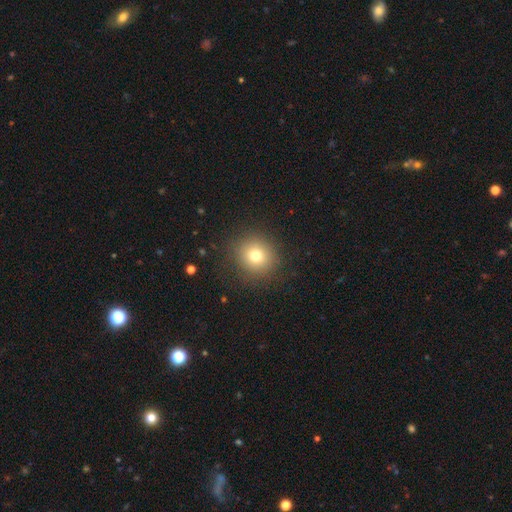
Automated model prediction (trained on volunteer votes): The model was most divided on "smooth or featured": smooth: 75%, star or artifact: 14%, featured or disk: 11%. More confident: how rounded — round (92%); merging — none (88%).